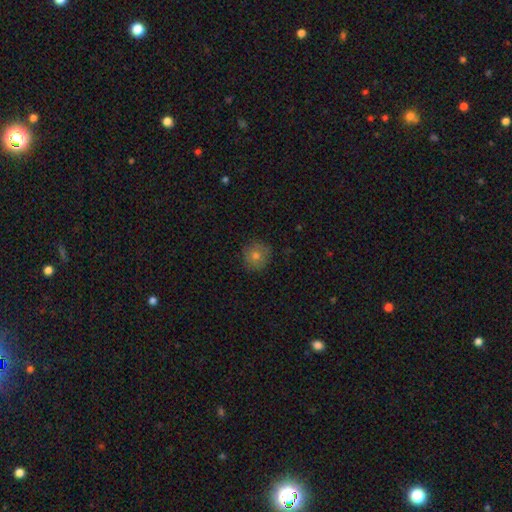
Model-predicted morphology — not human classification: Q: Smooth or featured?
A: smooth (72%); runner-up: featured or disk (14%)
Q: How rounded?
A: round (93%); runner-up: in between (6%)
Q: Merging?
A: none (87%); runner-up: minor disturbance (9%)